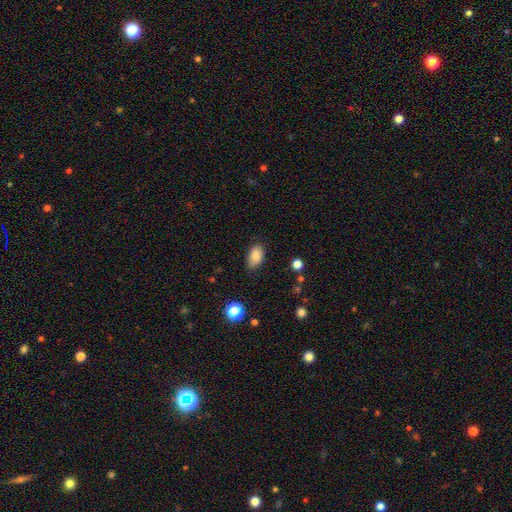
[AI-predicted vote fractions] This appears to be a smooth galaxy with no disk features (85%) that is in between round and cigar-shaped (91%). Merging: none (81%).